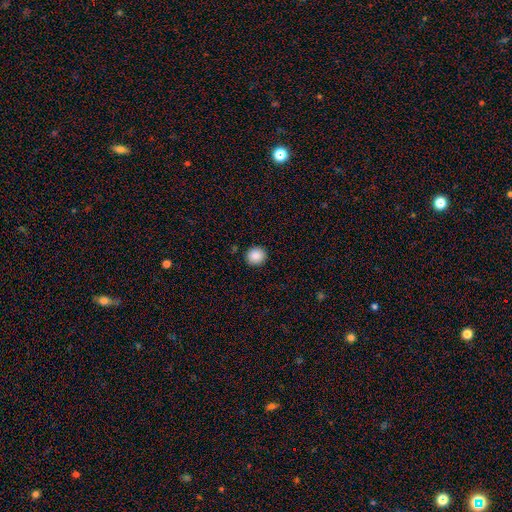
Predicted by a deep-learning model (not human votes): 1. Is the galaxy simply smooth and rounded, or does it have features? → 88% smooth, 9% star or artifact, 3% featured or disk.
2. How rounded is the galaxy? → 90% round, 9% in between, 1% cigar-shaped.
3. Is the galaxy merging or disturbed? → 92% none, 5% minor disturbance, 2% major disturbance, 1% merger.